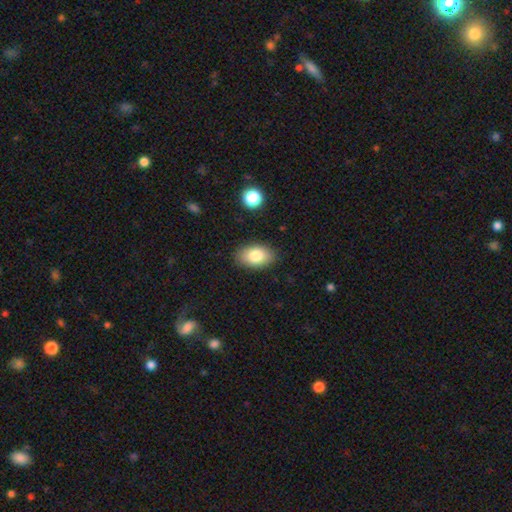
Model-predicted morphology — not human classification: Q: Smooth or featured?
A: smooth (82%); runner-up: featured or disk (11%)
Q: How rounded?
A: in between (91%); runner-up: round (8%)
Q: Merging?
A: none (87%); runner-up: minor disturbance (9%)